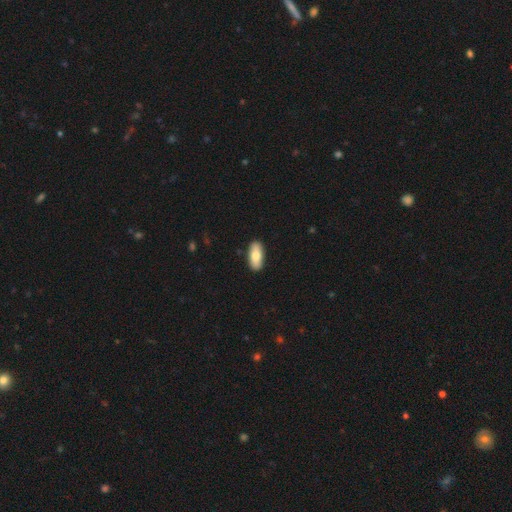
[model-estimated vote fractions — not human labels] Overall: smooth (76%). How rounded: in between (84%). Merging: none (89%).